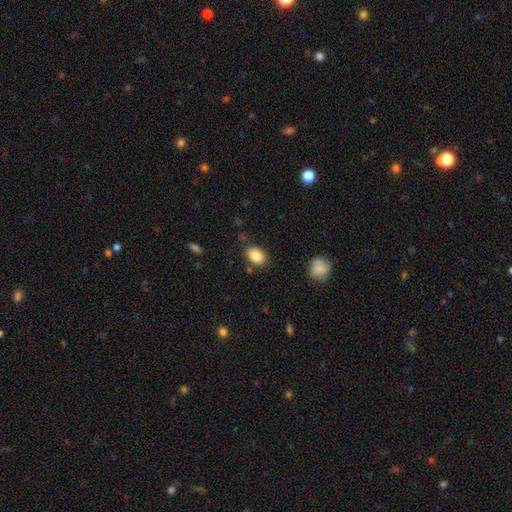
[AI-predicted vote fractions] A smooth galaxy with no disk features (87%) that is in between round and cigar-shaped (79%).

Vote fractions:
- Smooth or featured? smooth: 87% / star or artifact: 8% / featured or disk: 5%
- How rounded? in between: 79% / round: 20% / cigar-shaped: 1%
- Merging? none: 82% / minor disturbance: 12% / major disturbance: 3% / merger: 2%